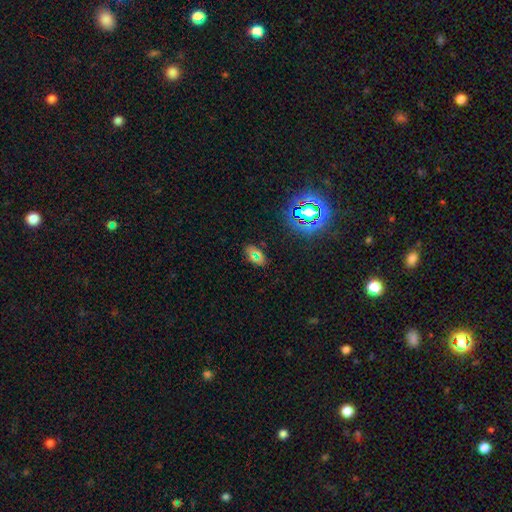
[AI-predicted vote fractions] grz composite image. It shows a smooth galaxy with no disk features (48%). Merging: none (81%).